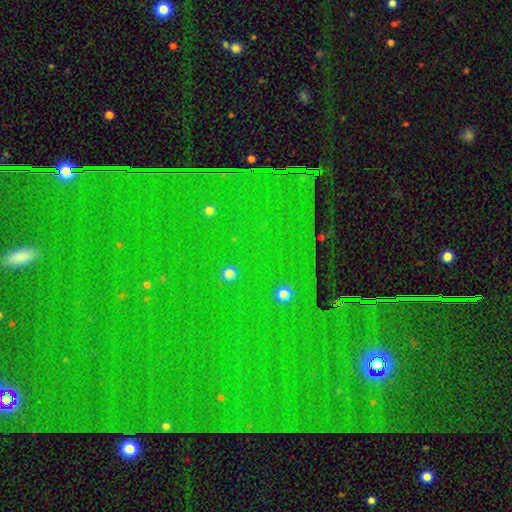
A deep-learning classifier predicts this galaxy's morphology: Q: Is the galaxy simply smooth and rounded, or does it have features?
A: star or artifact — 87%.